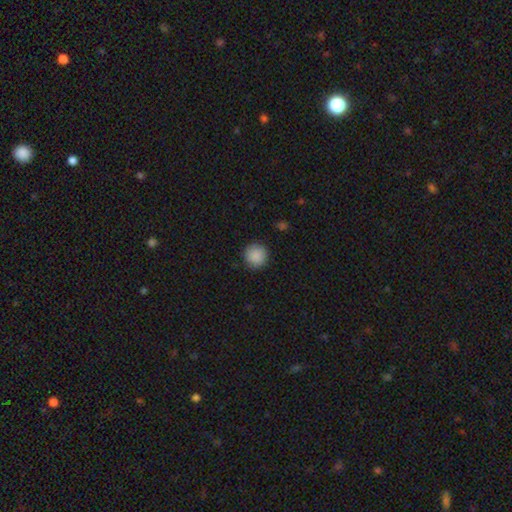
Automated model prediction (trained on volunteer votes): This appears to be a smooth galaxy with no disk features (89%) that is round (94%). Merging: none (90%).